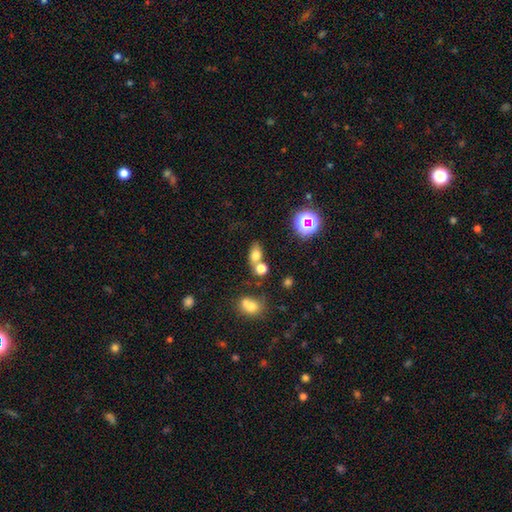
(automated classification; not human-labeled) Smooth or featured? Predicted: smooth (p=0.69). How rounded? Predicted: in between (p=0.70). Merging? Predicted: none (p=0.51).